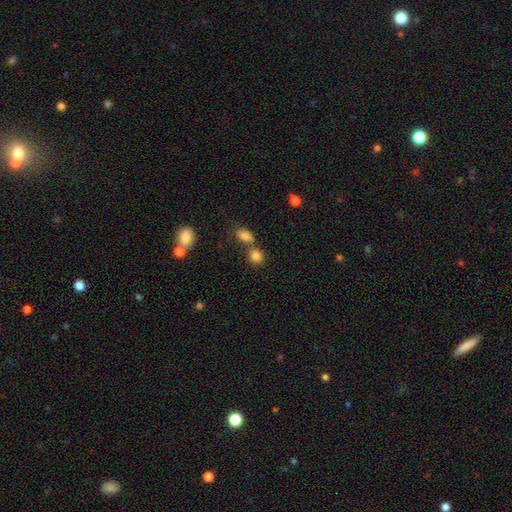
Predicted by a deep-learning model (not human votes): smooth-or-featured: smooth: 83% | star or artifact: 11% | featured or disk: 6%
  how-rounded: round: 69% | in between: 29% | cigar-shaped: 1%
  merging: none: 61% | merger: 26% | minor disturbance: 10% | major disturbance: 4%